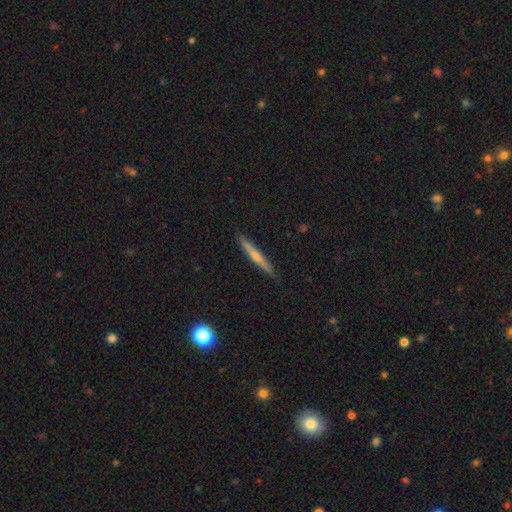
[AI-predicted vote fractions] Q: Smooth or featured?
A: featured or disk (48%); runner-up: smooth (45%)
Q: Merging?
A: none (89%); runner-up: minor disturbance (8%)